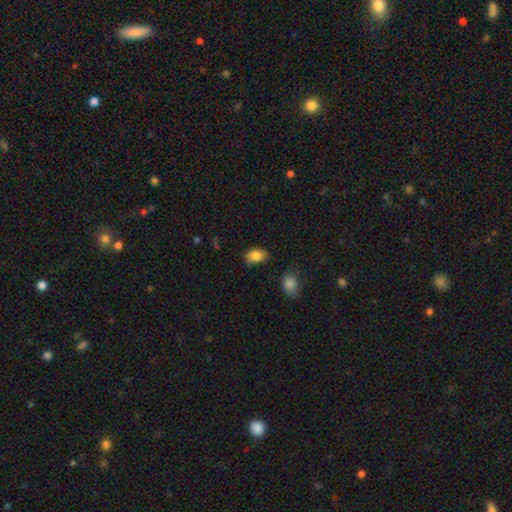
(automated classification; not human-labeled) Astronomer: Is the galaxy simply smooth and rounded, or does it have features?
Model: smooth — 86%.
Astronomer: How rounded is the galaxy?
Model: in between — 86%.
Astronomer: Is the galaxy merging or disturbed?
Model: none — 77%.